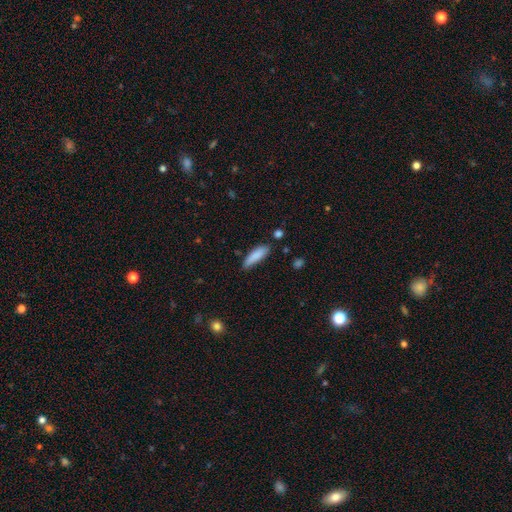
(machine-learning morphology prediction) Smooth or featured? smooth (85%)
How rounded? cigar-shaped (58%)
Merging? none (68%)